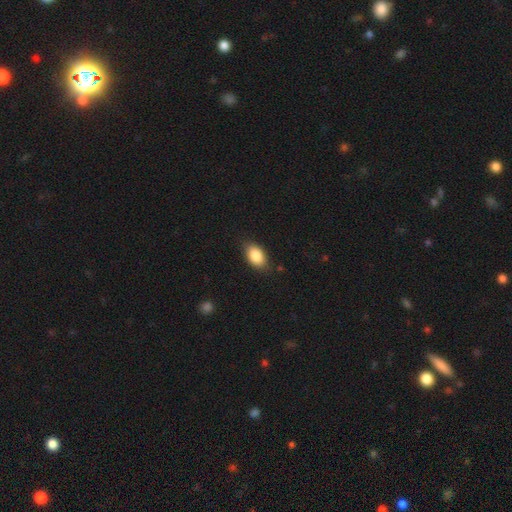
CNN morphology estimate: Overall: smooth (86%). How rounded: in between (90%). Merging: none (83%).